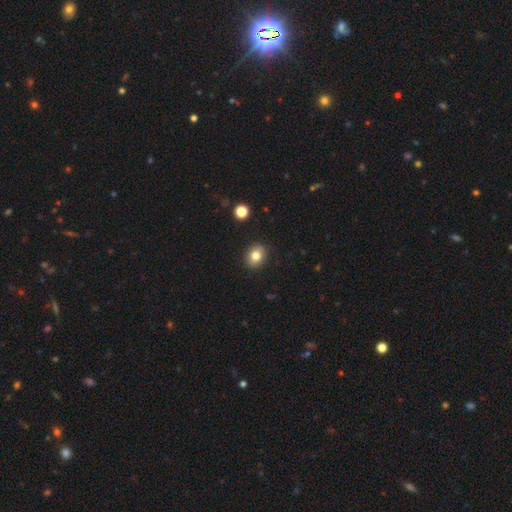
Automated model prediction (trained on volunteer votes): Smooth or featured?
  - smooth: 81% *
  - star or artifact: 10%
  - featured or disk: 9%
How rounded?
  - round: 57% *
  - in between: 42%
  - cigar-shaped: 1%
Merging?
  - none: 90% *
  - minor disturbance: 7%
  - major disturbance: 2%
  - merger: 1%